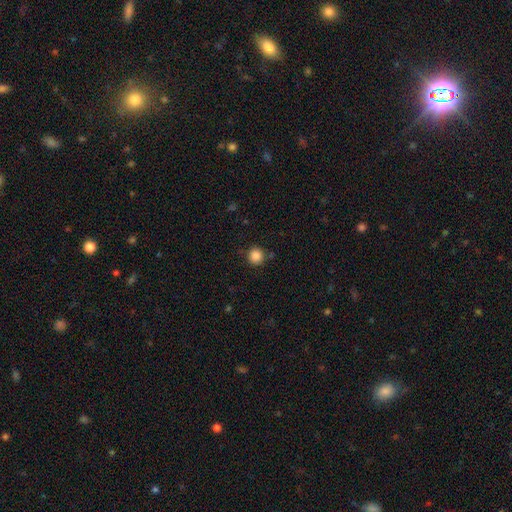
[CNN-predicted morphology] A smooth galaxy with no disk features (87%) that is round (94%).

Vote fractions:
- Smooth or featured? smooth: 87% / star or artifact: 10% / featured or disk: 3%
- How rounded? round: 94% / in between: 5% / cigar-shaped: 1%
- Merging? none: 85% / minor disturbance: 9% / merger: 3% / major disturbance: 3%